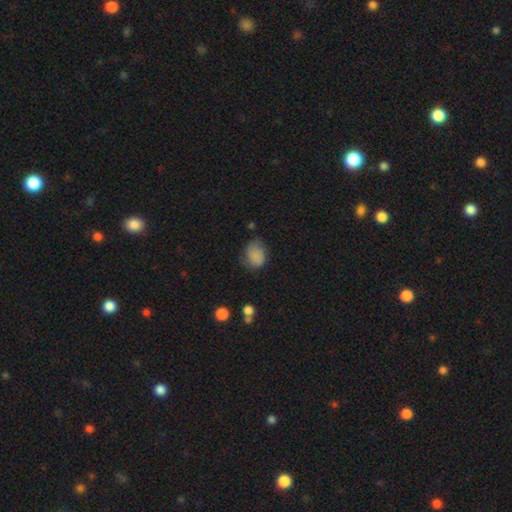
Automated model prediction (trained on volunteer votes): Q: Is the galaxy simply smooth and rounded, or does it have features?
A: smooth — 74%.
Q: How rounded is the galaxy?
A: in between — 59%.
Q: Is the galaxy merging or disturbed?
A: none — 50%.